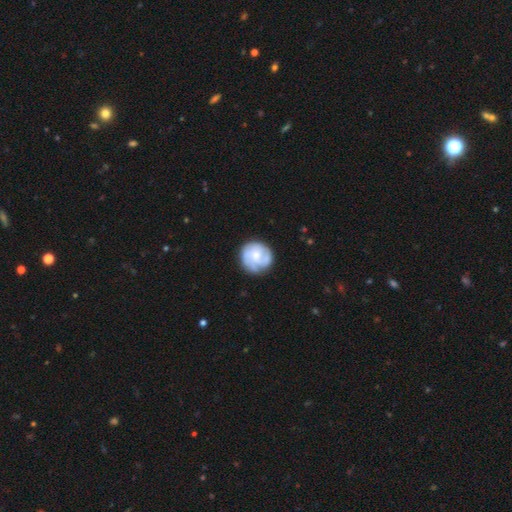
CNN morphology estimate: A featured or disk galaxy (57%) with no bar (77%), spiral arms (82%) and a moderate central bulge (44%).

Vote fractions:
- Smooth or featured? featured or disk: 57% / smooth: 37% / star or artifact: 6%
- Edge-on disk? no: 98% / yes: 2%
- Bar? no: 77% / weak: 21% / strong: 3%
- Spiral arms? yes: 82% / no: 18%
- Bulge size? moderate: 44% / small: 43% / none: 7% / large: 5% / dominant: 1%
- Merging? none: 76% / minor disturbance: 17% / major disturbance: 6% / merger: 2%